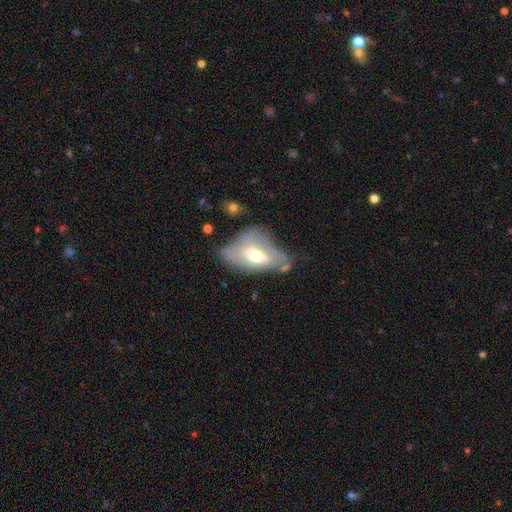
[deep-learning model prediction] Overall: featured or disk (51%; smooth 41%). Edge-on disk: no (85%). Merging: none (32%; minor disturbance 29%).